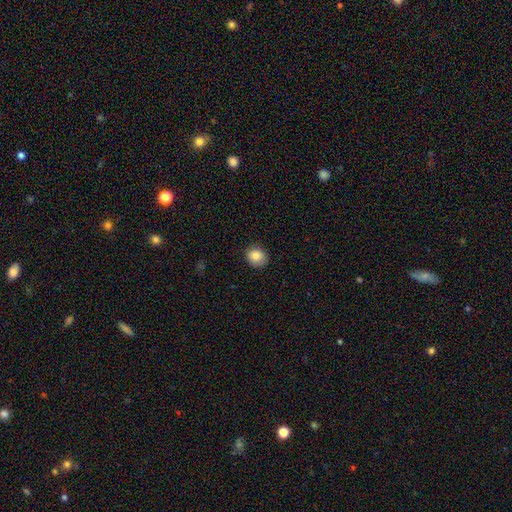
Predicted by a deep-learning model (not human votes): Smooth or featured? Predicted: smooth (p=0.86). How rounded? Predicted: round (p=0.64). Merging? Predicted: none (p=0.83).